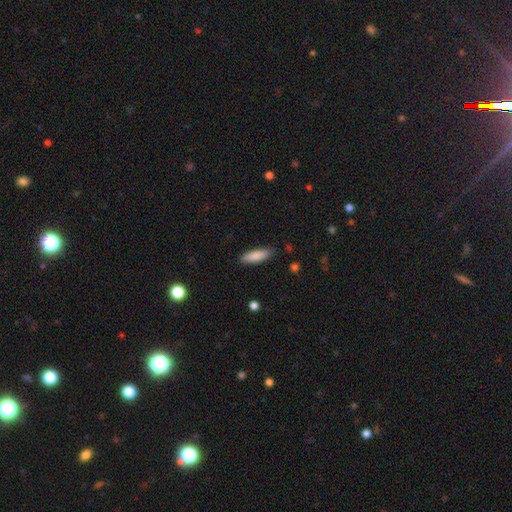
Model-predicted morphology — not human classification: type=smooth (86%); roundness=cigar-shaped (50%); merging=none (86%).